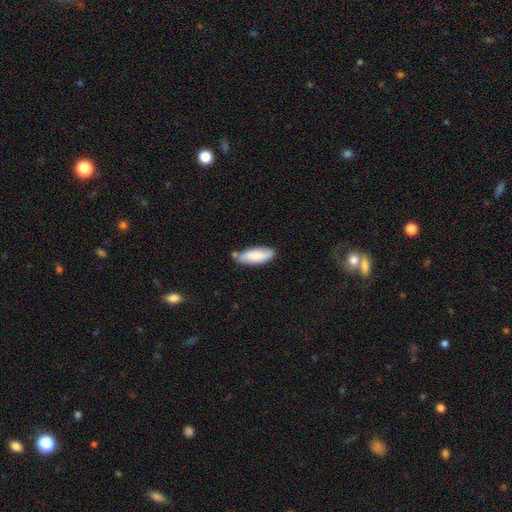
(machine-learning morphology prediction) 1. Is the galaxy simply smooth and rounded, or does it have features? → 77% smooth, 17% featured or disk, 6% star or artifact.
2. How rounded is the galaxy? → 73% in between, 26% cigar-shaped, 2% round.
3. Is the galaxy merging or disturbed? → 70% none, 20% minor disturbance, 7% merger, 3% major disturbance.